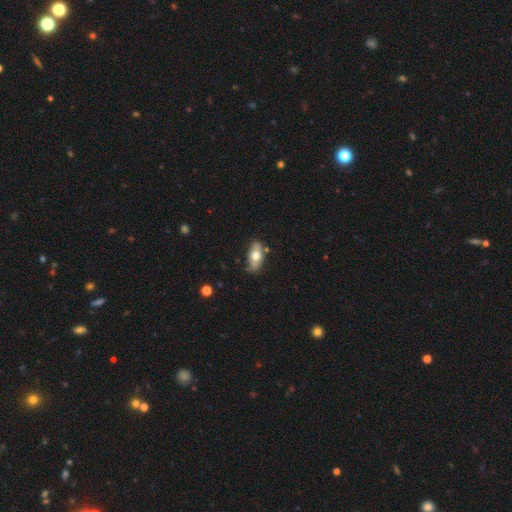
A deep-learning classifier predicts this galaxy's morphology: Smooth or featured? Predicted: smooth (p=0.60). How rounded? Predicted: in between (p=0.88). Merging? Predicted: none (p=0.76).